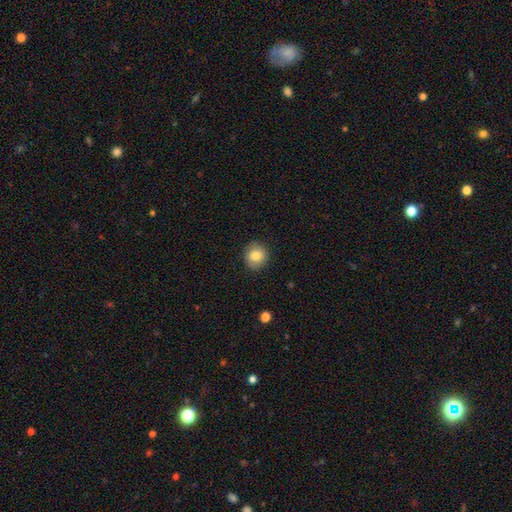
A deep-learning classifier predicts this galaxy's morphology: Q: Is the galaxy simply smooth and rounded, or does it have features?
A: smooth — 81%.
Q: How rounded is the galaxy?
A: round — 84%.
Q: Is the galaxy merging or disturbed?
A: none — 88%.